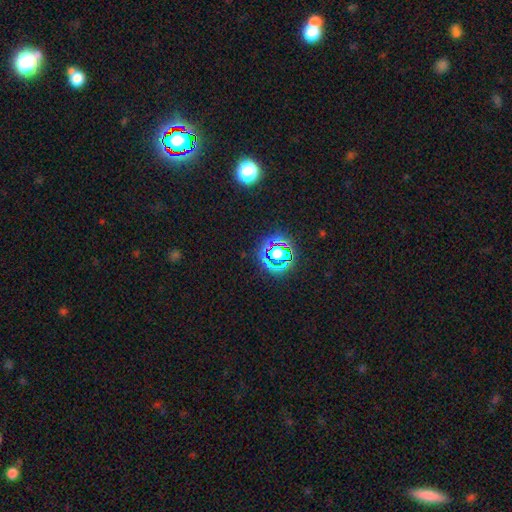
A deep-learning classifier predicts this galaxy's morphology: star or artifact 77%, smooth 15%, featured or disk 7%.